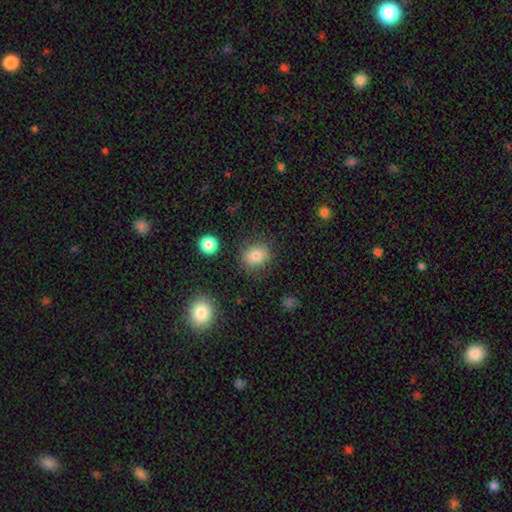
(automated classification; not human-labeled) This appears to be a smooth galaxy with no disk features (82%) that is round (61%). Merging: none (82%).